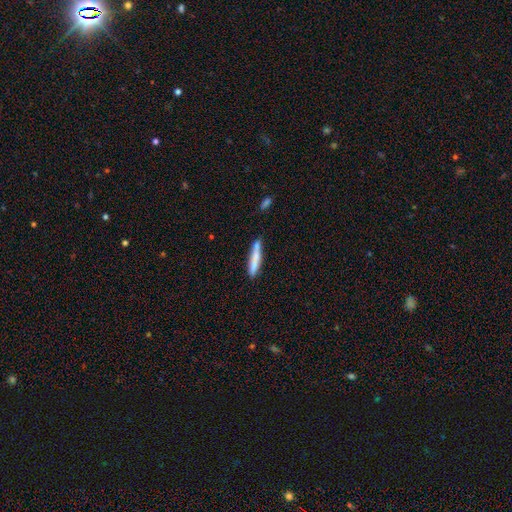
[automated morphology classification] smooth-or-featured: smooth: 73% | featured or disk: 21% | star or artifact: 6%
  how-rounded: cigar-shaped: 91% | in between: 8% | round: 1%
  merging: none: 68% | minor disturbance: 19% | merger: 9% | major disturbance: 4%